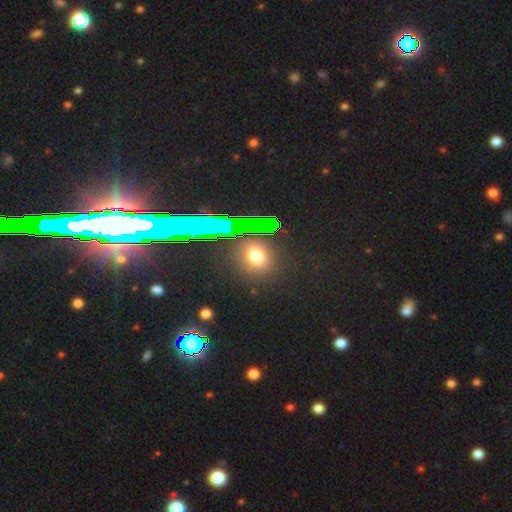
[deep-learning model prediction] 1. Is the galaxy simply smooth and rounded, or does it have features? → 64% smooth, 28% star or artifact, 8% featured or disk.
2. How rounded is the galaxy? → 67% round, 30% in between, 3% cigar-shaped.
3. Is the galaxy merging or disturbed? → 85% none, 8% minor disturbance, 4% major disturbance, 3% merger.